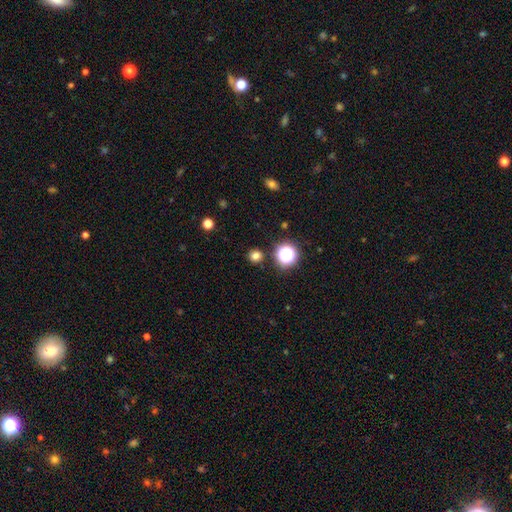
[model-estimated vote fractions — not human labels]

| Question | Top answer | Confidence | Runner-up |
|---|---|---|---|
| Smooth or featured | smooth | 76% | star or artifact (20%) |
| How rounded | round | 92% | in between (7%) |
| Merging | none | 89% | minor disturbance (6%) |